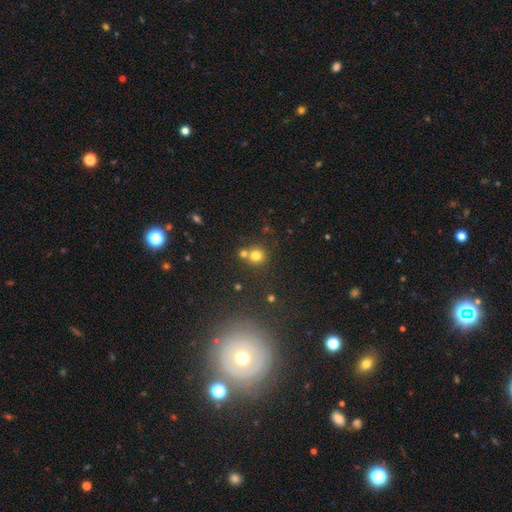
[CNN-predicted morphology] Smooth or featured?
  - smooth: 76% *
  - star or artifact: 15%
  - featured or disk: 9%
How rounded?
  - round: 89% *
  - in between: 10%
  - cigar-shaped: 1%
Merging?
  - none: 59% *
  - merger: 30%
  - minor disturbance: 8%
  - major disturbance: 3%